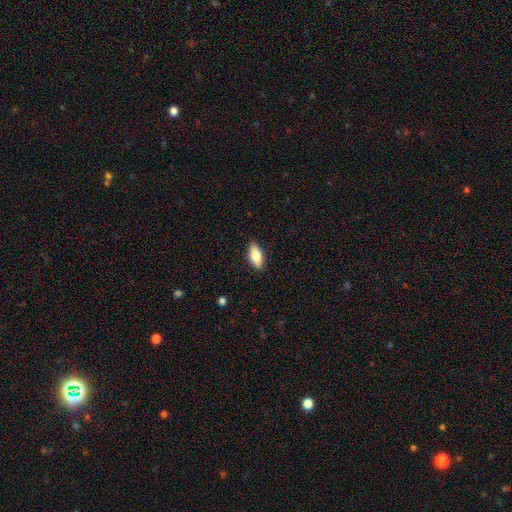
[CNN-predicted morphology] Smooth or featured: smooth — 79% (featured or disk — 15%)
How rounded: in between — 85% (cigar-shaped — 12%)
Merging: none — 89% (minor disturbance — 9%)